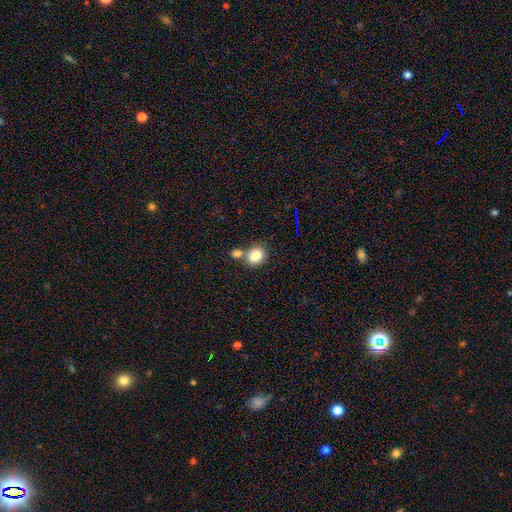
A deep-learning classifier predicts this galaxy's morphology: The model was most divided on "how rounded": round: 58%, in between: 41%, cigar-shaped: 1%. More confident: smooth or featured — smooth (83%); merging — none (56%).